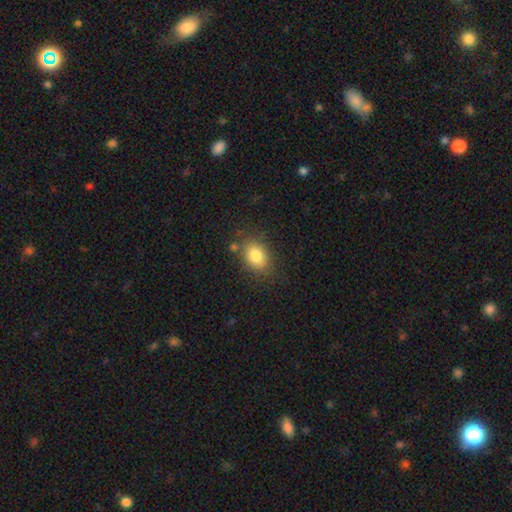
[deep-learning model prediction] This appears to be a smooth galaxy with no disk features (81%) that is in between round and cigar-shaped (69%). Merging: none (76%).